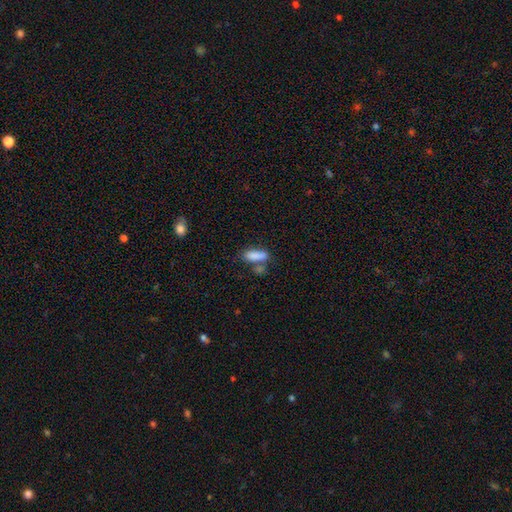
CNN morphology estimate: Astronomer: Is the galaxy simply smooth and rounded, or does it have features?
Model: smooth — 84%.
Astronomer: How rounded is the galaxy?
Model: in between — 59% (runner-up: cigar-shaped, 38%).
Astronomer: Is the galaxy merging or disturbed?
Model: none — 51%.